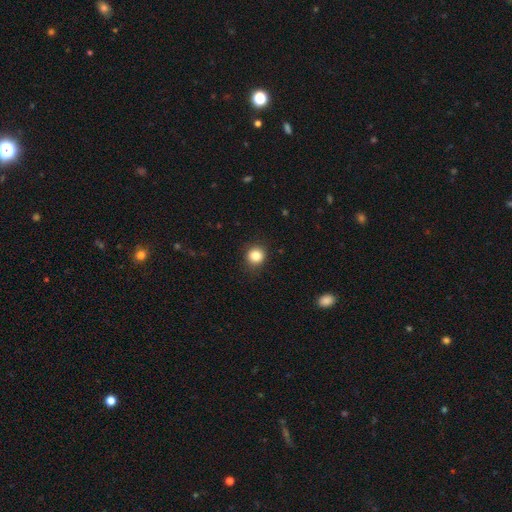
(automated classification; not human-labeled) Morphology: type=smooth (84%); roundness=round (88%); merging=none (88%).